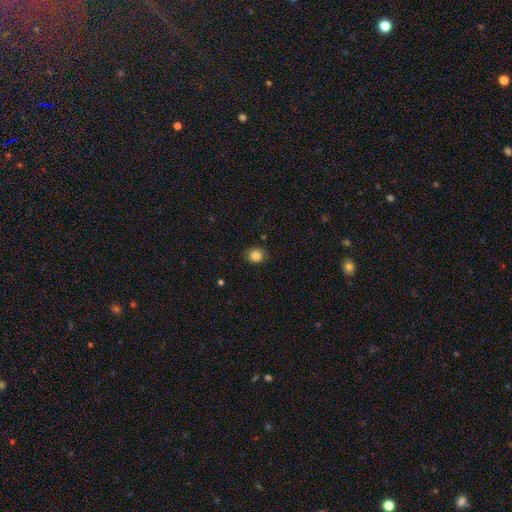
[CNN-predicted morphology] smooth 83%, star or artifact 10%, featured or disk 7%. Down the decision tree: how rounded — round (63%); merging — none (83%).